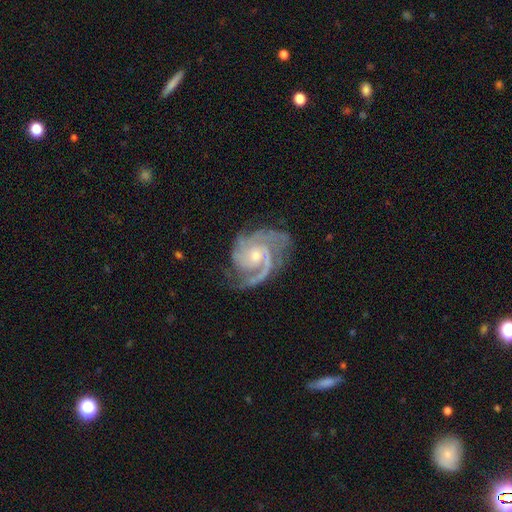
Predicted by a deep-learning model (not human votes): smooth_or_featured: featured or disk (p=0.92) [alt: star or artifact p=0.04]
disk_edge_on: no (p=0.98) [alt: yes p=0.02]
bar: no (p=0.65) [alt: weak p=0.29]
has_spiral_arms: yes (p=0.98) [alt: no p=0.02]
spiral_winding: tight (p=0.51) [alt: medium p=0.43]
spiral_arm_count: 3 (p=0.46) [alt: 2 p=0.29]
bulge_size: small (p=0.52) [alt: moderate p=0.44]
merging: none (p=0.70) [alt: minor disturbance p=0.19]